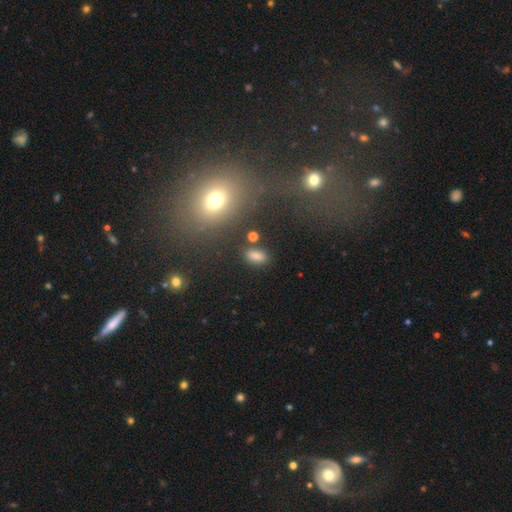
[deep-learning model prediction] A smooth galaxy with no disk features (76%) that is in between round and cigar-shaped (86%). Merging: none (80%).